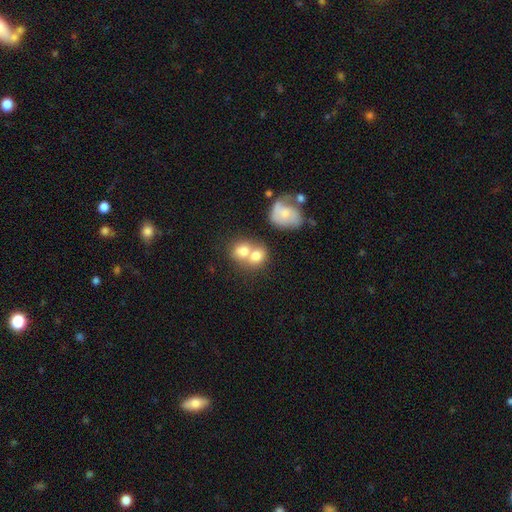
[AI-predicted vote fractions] Overall: smooth (72%). How rounded: round (59%; in between 40%). Merging: merger (65%).